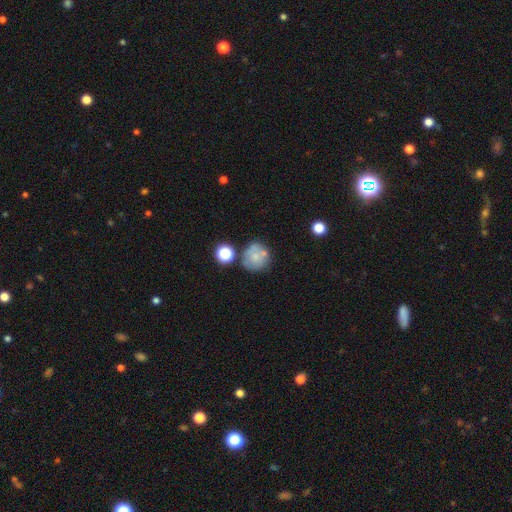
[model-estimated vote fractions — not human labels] Smooth or featured? Predicted: smooth (p=0.62). How rounded? Predicted: round (p=0.87). Merging? Predicted: none (p=0.56).